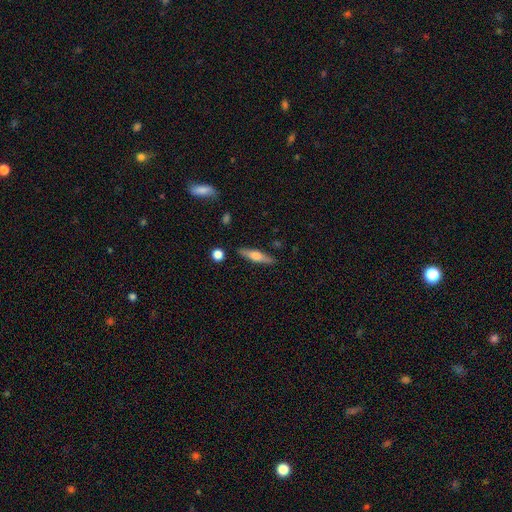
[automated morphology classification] smooth_or_featured: featured or disk (p=0.53) [alt: smooth p=0.41]
disk_edge_on: yes (p=0.95) [alt: no p=0.05]
edge_on_bulge: rounded (p=0.82) [alt: boxy p=0.13]
merging: none (p=0.87) [alt: minor disturbance p=0.09]